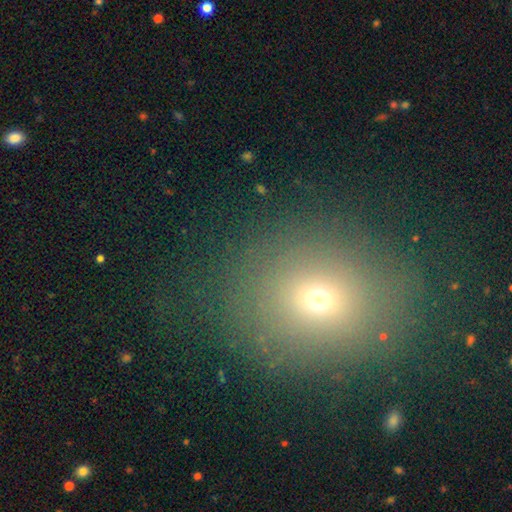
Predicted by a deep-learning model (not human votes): Smooth or featured? smooth (62%)
How rounded? round (71%)
Merging? none (76%)